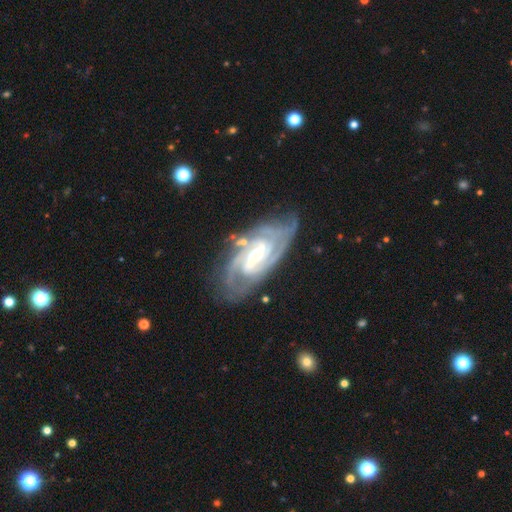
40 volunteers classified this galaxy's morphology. Volunteers were most divided on "spiral arm count" (2-way tie): 2: 41%, 3: 41%, can't tell: 12%, 4: 6%, 1: 0%, more than 4: 0%. More confident: spiral arms — yes (100%); edge-on disk — no (94%); smooth or featured — featured or disk (85%); merging — none (76%); spiral winding — tight (72%); bulge size — small (66%); bar — strong (53%).